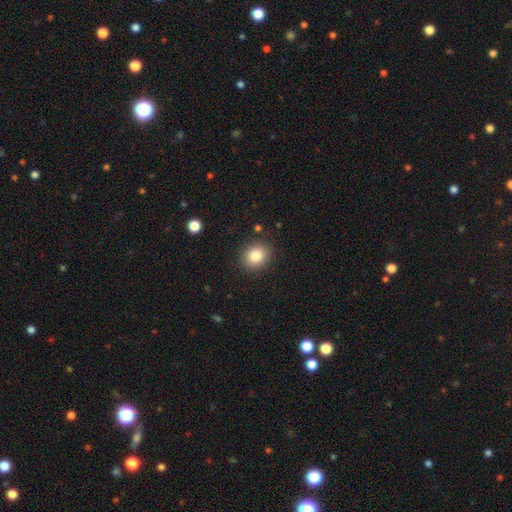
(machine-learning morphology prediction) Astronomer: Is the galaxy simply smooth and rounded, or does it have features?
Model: smooth — 84%.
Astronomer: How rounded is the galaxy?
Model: round — 66%.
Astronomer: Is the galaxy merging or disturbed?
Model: none — 88%.